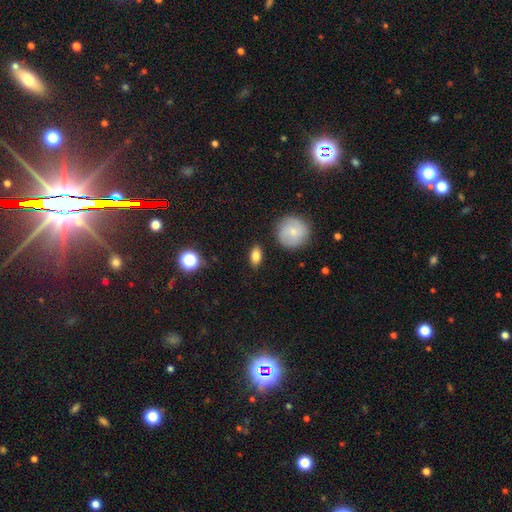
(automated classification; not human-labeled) Smooth or featured? Predicted: smooth (p=0.82). How rounded? Predicted: in between (p=0.81). Merging? Predicted: none (p=0.85).